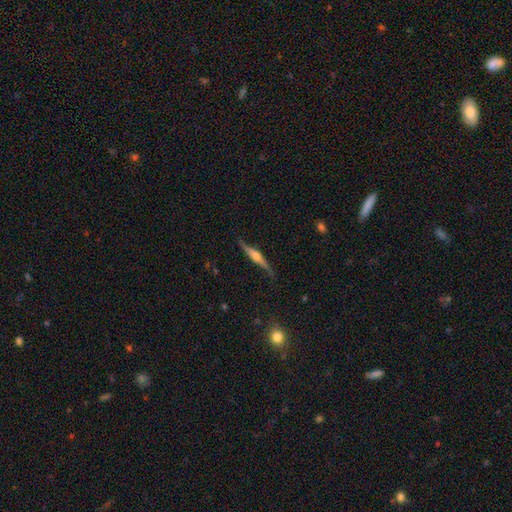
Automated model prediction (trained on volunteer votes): A featured or disk galaxy (76%) viewed edge-on (91%) with a rounded central bulge (82%).

Vote fractions:
- Smooth or featured? featured or disk: 76% / smooth: 19% / star or artifact: 6%
- Edge-on disk? yes: 91% / no: 9%
- Edge-on bulge? rounded: 82% / boxy: 12% / none: 6%
- Merging? none: 76% / minor disturbance: 18% / major disturbance: 5% / merger: 2%